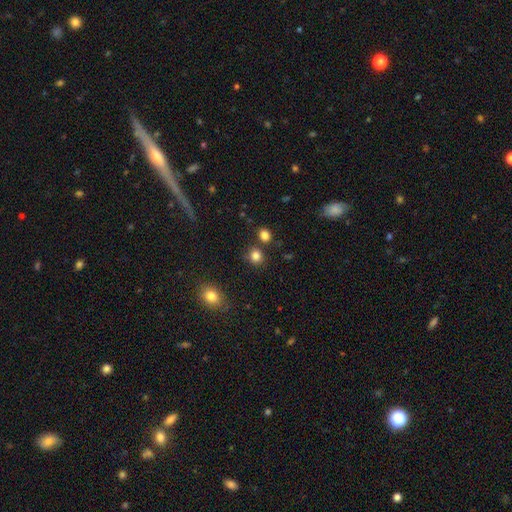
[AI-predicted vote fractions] This appears to be a smooth galaxy with no disk features (83%) that is round (82%). Merging: none (80%).